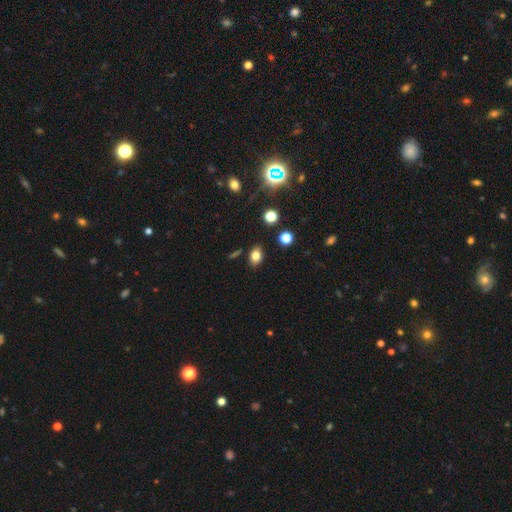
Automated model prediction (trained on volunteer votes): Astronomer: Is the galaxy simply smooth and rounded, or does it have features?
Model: smooth — 78%.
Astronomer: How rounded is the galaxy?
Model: in between — 73%.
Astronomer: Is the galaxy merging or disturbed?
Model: none — 84%.